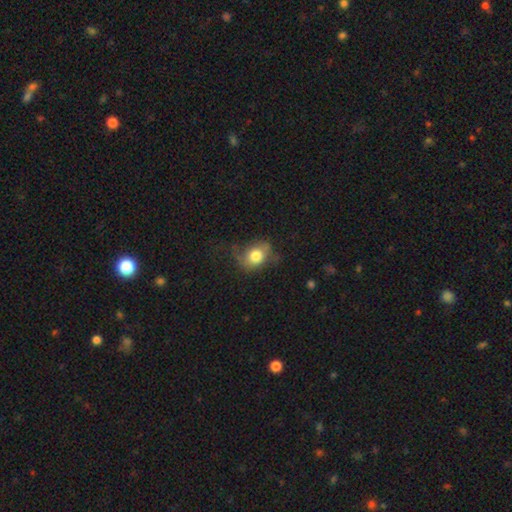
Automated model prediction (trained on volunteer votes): smooth-or-featured: smooth: 73% | featured or disk: 18% | star or artifact: 9%
  how-rounded: in between: 52% | round: 46% | cigar-shaped: 1%
  merging: none: 52% | minor disturbance: 29% | major disturbance: 18% | merger: 2%